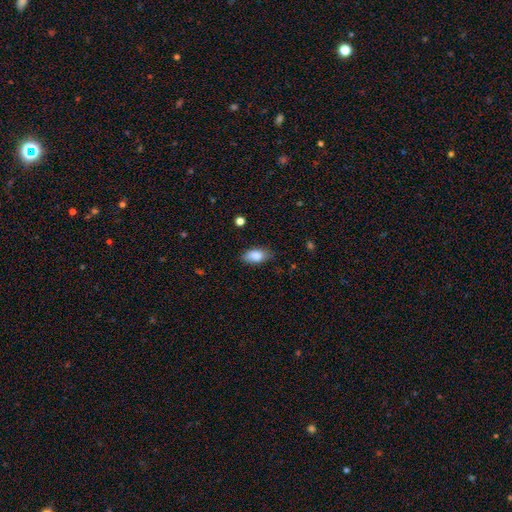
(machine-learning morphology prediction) Smooth or featured: smooth — 86% (star or artifact — 7%)
How rounded: in between — 91% (cigar-shaped — 5%)
Merging: none — 77% (minor disturbance — 18%)